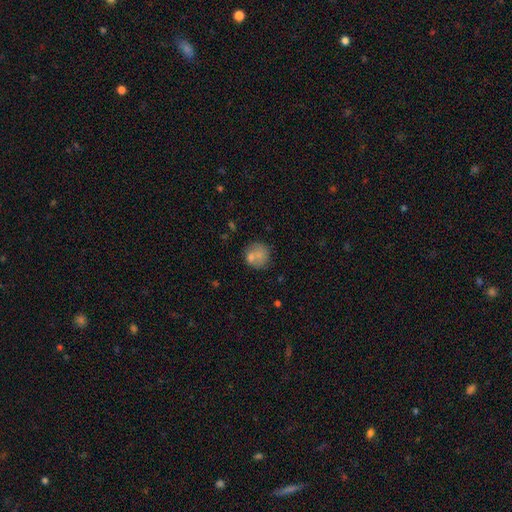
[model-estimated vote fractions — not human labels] Smooth or featured? Predicted: smooth (p=0.73). How rounded? Predicted: round (p=0.86). Merging? Predicted: none (p=0.58).